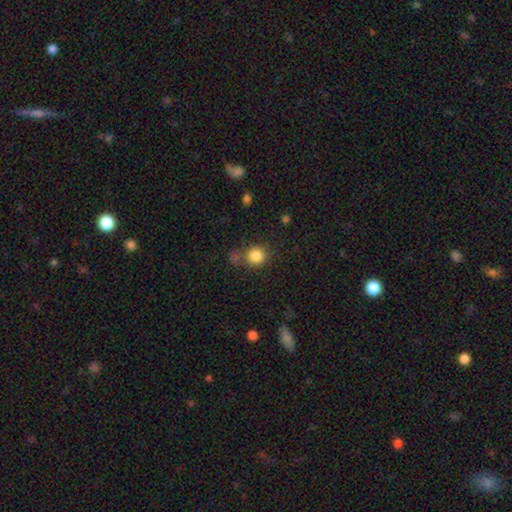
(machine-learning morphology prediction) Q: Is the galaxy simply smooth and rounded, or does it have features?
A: smooth — 84%.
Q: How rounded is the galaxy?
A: round — 87%.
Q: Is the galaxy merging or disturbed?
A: none — 65%.